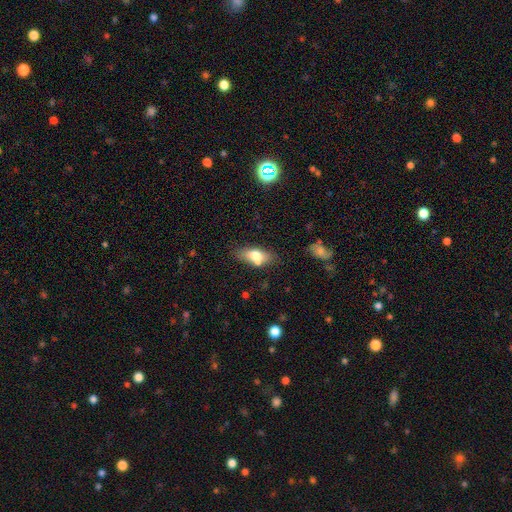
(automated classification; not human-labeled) smooth_or_featured: smooth (p=0.70) [alt: featured or disk p=0.22]
how_rounded: in between (p=0.82) [alt: cigar-shaped p=0.12]
merging: none (p=0.62) [alt: minor disturbance p=0.19]